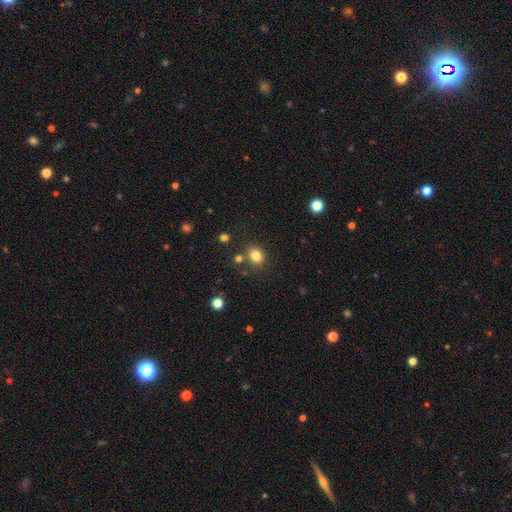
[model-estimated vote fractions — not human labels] This is clearly a smooth galaxy (82%). How rounded: likely round (65%). Merging: likely none (76%).